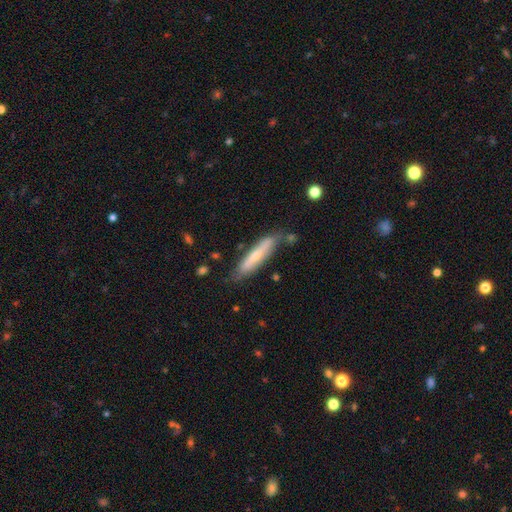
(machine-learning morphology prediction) Overall: smooth (51%; featured or disk 43%). How rounded: cigar-shaped (84%). Merging: none (70%).